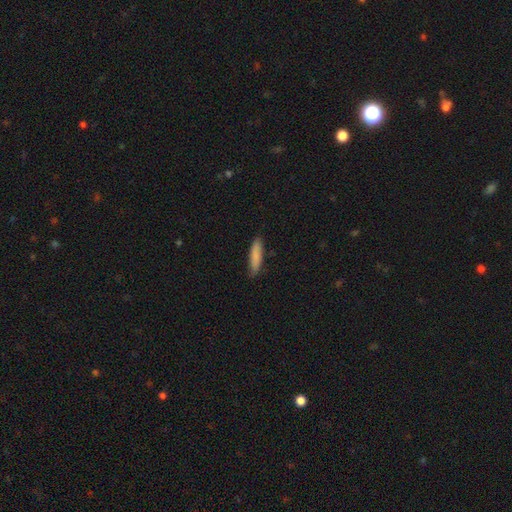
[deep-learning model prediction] Smooth or featured? smooth (84%)
How rounded? cigar-shaped (76%)
Merging? none (81%)